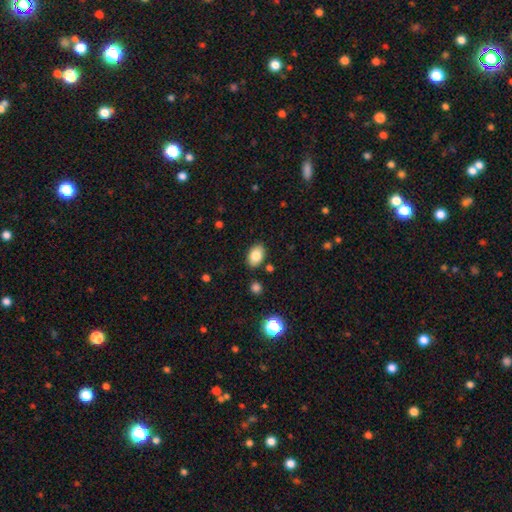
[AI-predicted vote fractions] A smooth galaxy with no disk features (82%) that is in between round and cigar-shaped (86%).

Vote fractions:
- Smooth or featured? smooth: 82% / featured or disk: 9% / star or artifact: 9%
- How rounded? in between: 86% / round: 13% / cigar-shaped: 1%
- Merging? none: 86% / minor disturbance: 10% / merger: 3% / major disturbance: 2%